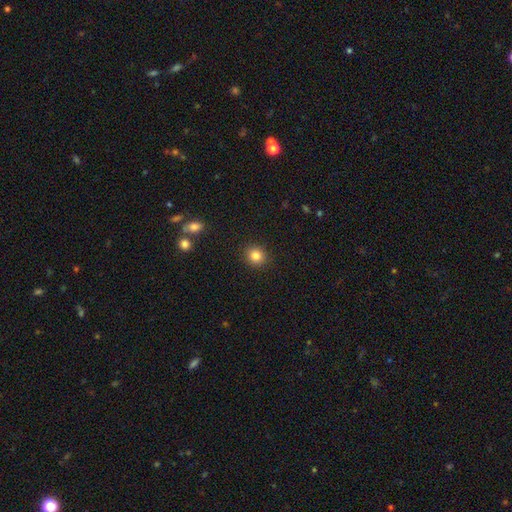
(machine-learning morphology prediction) Q: Smooth or featured?
A: smooth (83%); runner-up: star or artifact (11%)
Q: How rounded?
A: round (87%); runner-up: in between (12%)
Q: Merging?
A: none (92%); runner-up: minor disturbance (5%)